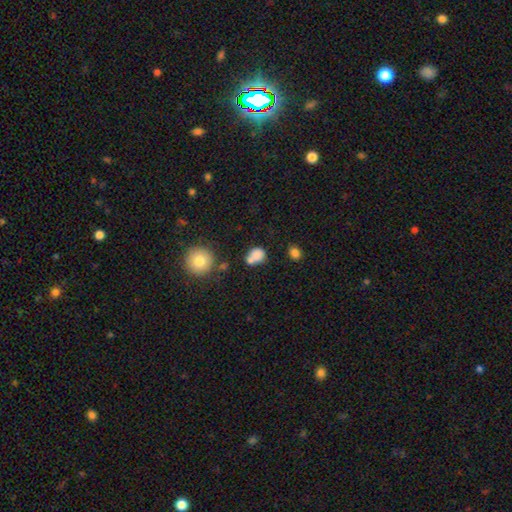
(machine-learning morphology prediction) A smooth galaxy with no disk features (78%) that is round (59%). Merging: none (42%).